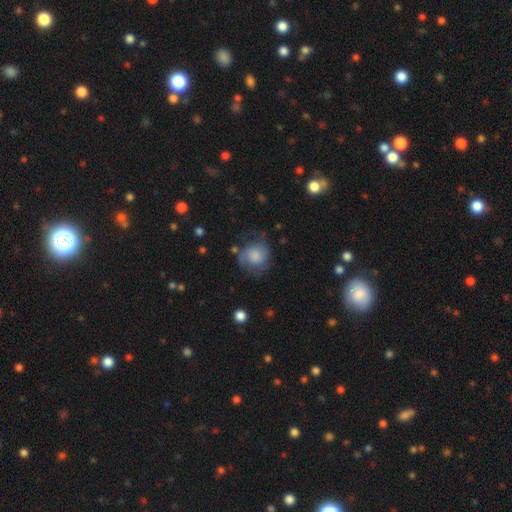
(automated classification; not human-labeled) This is possibly a smooth galaxy (59%). How rounded: likely round (78%). Merging: possibly none (53%).